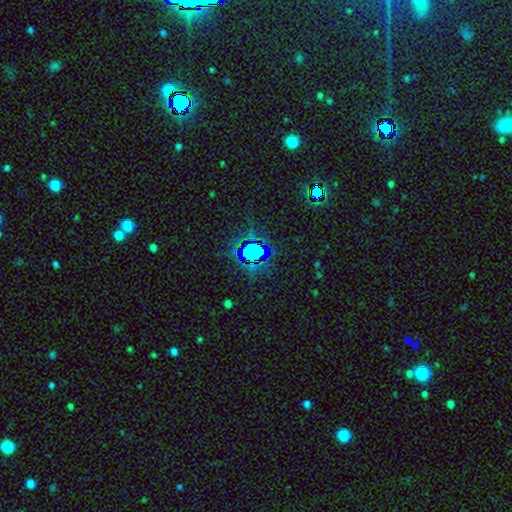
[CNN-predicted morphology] Smooth or featured?
  - star or artifact: 71% *
  - smooth: 18%
  - featured or disk: 11%